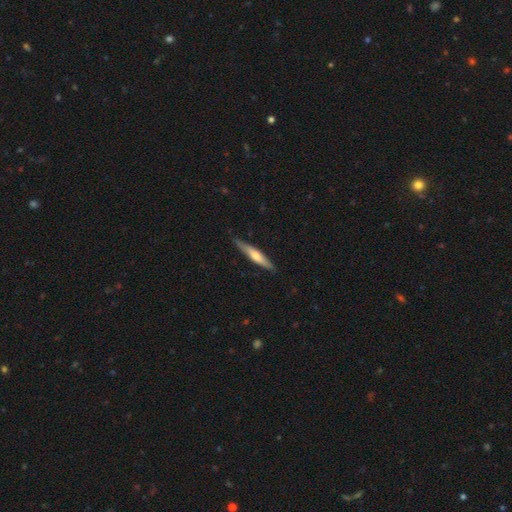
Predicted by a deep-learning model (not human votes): smooth_or_featured: featured or disk (p=0.51) [alt: smooth p=0.43]
disk_edge_on: yes (p=0.95) [alt: no p=0.05]
merging: none (p=0.86) [alt: minor disturbance p=0.11]